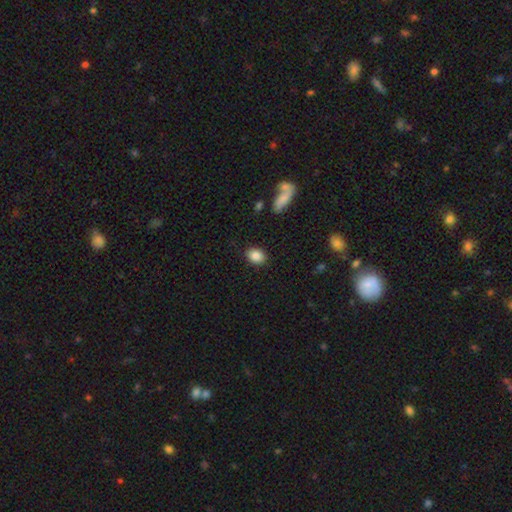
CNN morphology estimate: Overall: smooth (86%). How rounded: in between (63%; round 35%). Merging: none (87%).